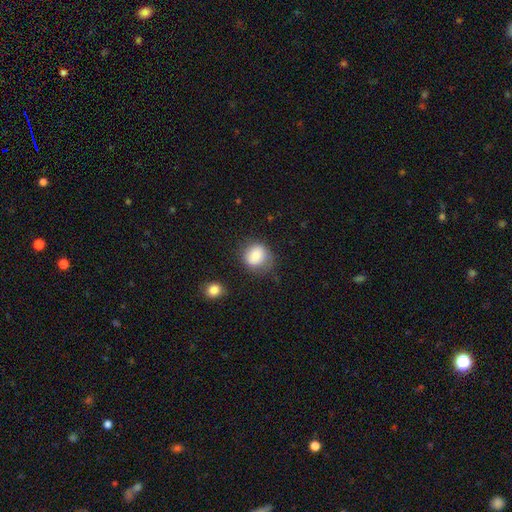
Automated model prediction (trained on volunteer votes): smooth 80%, featured or disk 11%, star or artifact 9%. Down the decision tree: how rounded — round (77%); merging — none (66%).